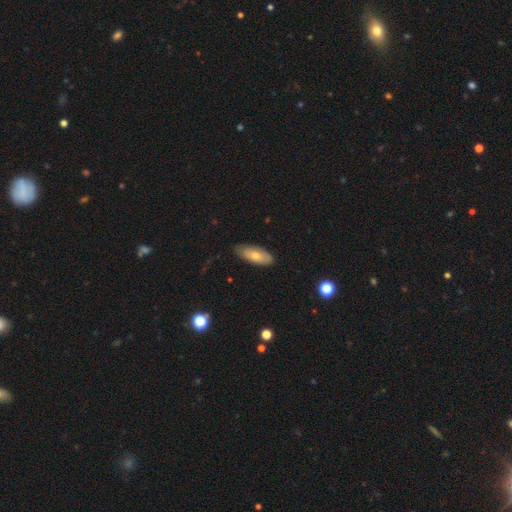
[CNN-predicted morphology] This appears to be a smooth galaxy with no disk features (71%) that is in between round and cigar-shaped (80%). Merging: none (80%).